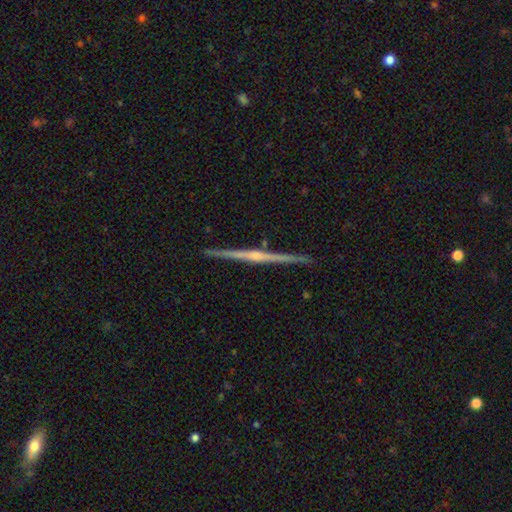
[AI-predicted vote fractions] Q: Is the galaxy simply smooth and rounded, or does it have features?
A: featured or disk — 83%.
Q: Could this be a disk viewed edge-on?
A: yes — 99%.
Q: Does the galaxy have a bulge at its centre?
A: rounded — 66%.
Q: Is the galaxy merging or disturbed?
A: none — 92%.